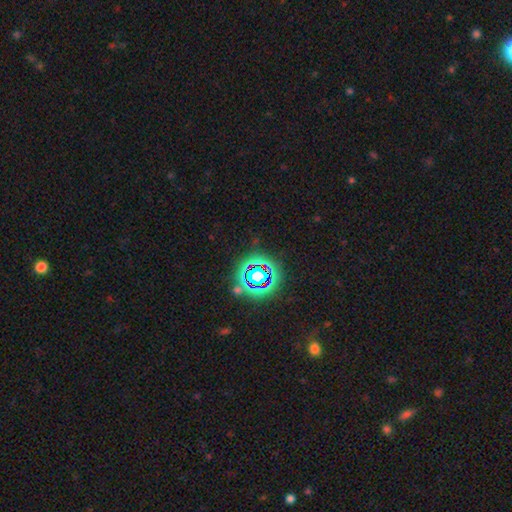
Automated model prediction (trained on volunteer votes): Morphology: type=star or artifact (75%).